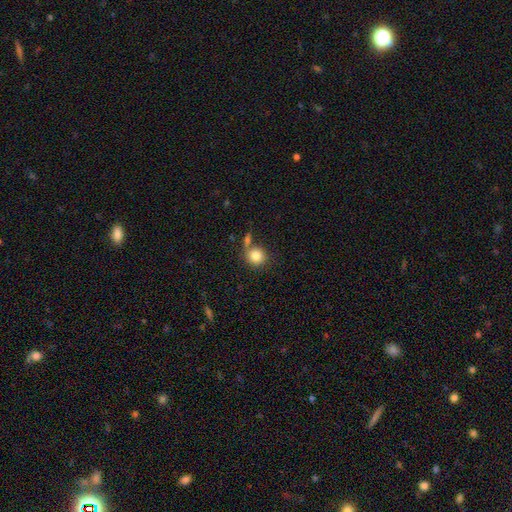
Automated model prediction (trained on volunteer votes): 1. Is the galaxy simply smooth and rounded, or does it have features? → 83% smooth, 9% star or artifact, 8% featured or disk.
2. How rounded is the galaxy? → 88% round, 11% in between, 1% cigar-shaped.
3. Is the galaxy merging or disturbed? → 63% none, 21% merger, 12% minor disturbance, 5% major disturbance.